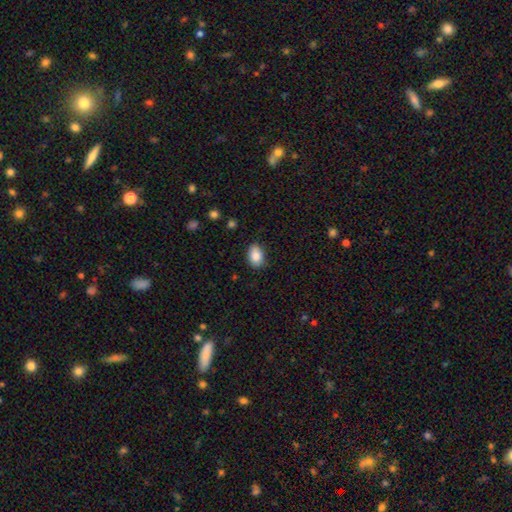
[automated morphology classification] smooth_or_featured: smooth (p=0.87) [alt: star or artifact p=0.08]
how_rounded: in between (p=0.86) [alt: round p=0.13]
merging: none (p=0.82) [alt: minor disturbance p=0.14]